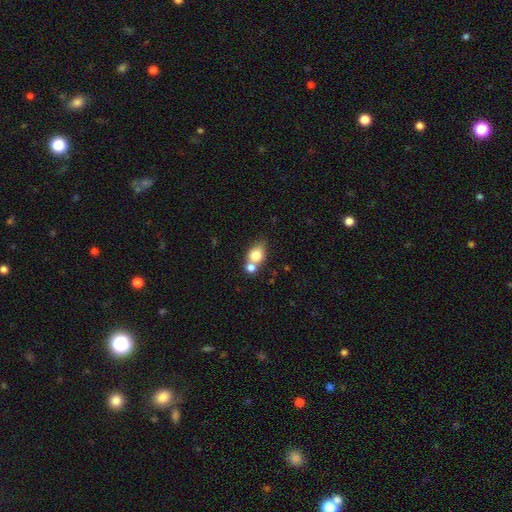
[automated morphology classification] Smooth or featured?
  - smooth: 76% *
  - featured or disk: 14%
  - star or artifact: 10%
How rounded?
  - in between: 54% *
  - round: 44%
  - cigar-shaped: 2%
Merging?
  - merger: 46% *
  - none: 38%
  - minor disturbance: 11%
  - major disturbance: 4%